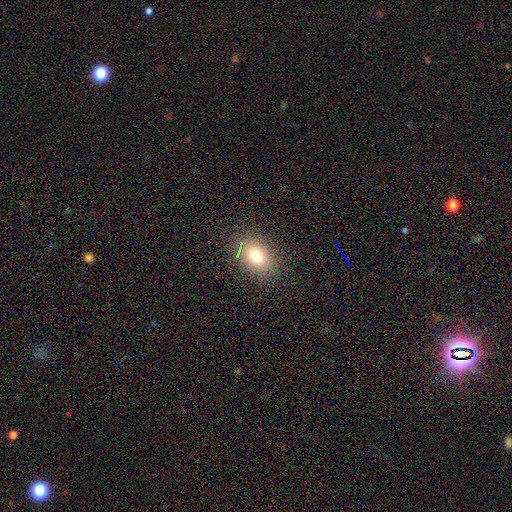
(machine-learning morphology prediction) Smooth or featured: smooth — 74% (featured or disk — 13%)
How rounded: in between — 70% (round — 29%)
Merging: none — 84% (minor disturbance — 11%)